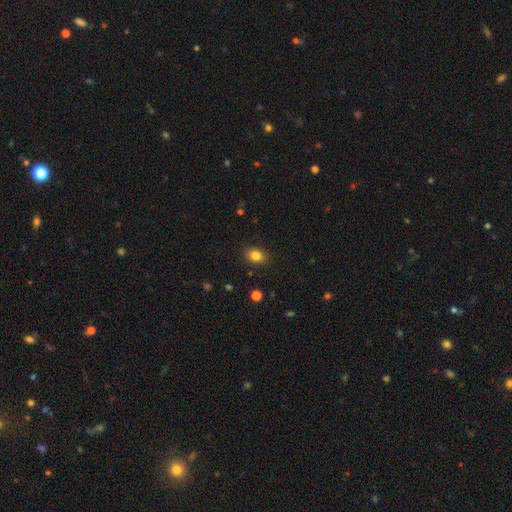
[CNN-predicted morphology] Q: Smooth or featured?
A: smooth (84%); runner-up: star or artifact (10%)
Q: How rounded?
A: in between (69%); runner-up: round (30%)
Q: Merging?
A: none (88%); runner-up: minor disturbance (9%)